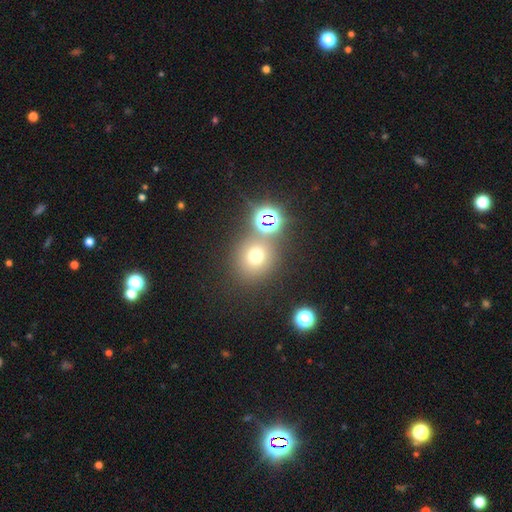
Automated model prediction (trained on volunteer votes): smooth 65%, star or artifact 26%, featured or disk 9%. Down the decision tree: how rounded — round (86%); merging — none (74%).